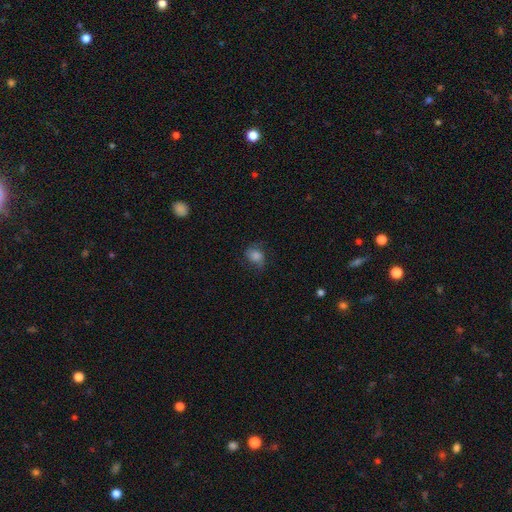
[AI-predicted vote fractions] smooth 63%, featured or disk 26%, star or artifact 11%. Down the decision tree: how rounded — in between (51%); merging — none (61%).